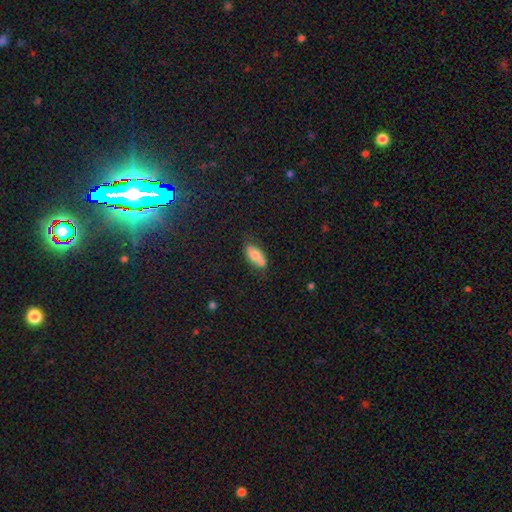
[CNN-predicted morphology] Smooth or featured? Predicted: smooth (p=0.72). How rounded? Predicted: in between (p=0.88). Merging? Predicted: none (p=0.52).